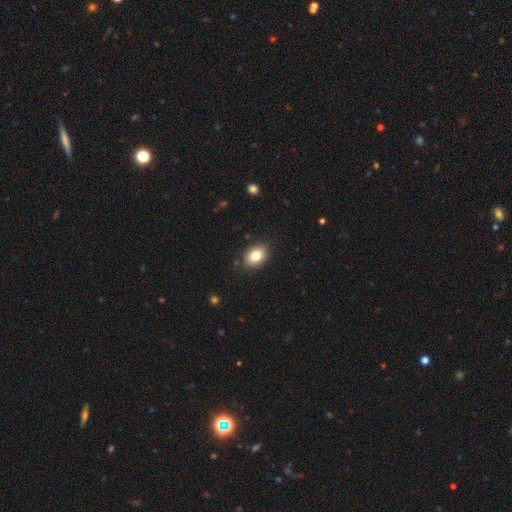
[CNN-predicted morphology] smooth 81%, featured or disk 10%, star or artifact 9%. Down the decision tree: how rounded — in between (74%); merging — none (87%).